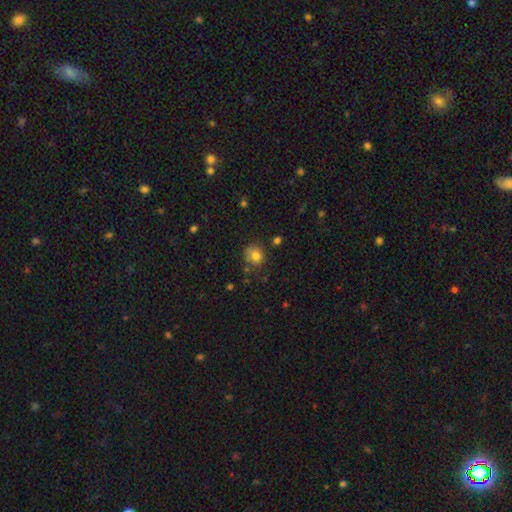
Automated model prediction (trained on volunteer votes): smooth 79%, star or artifact 12%, featured or disk 9%. Down the decision tree: how rounded — round (79%); merging — none (72%).